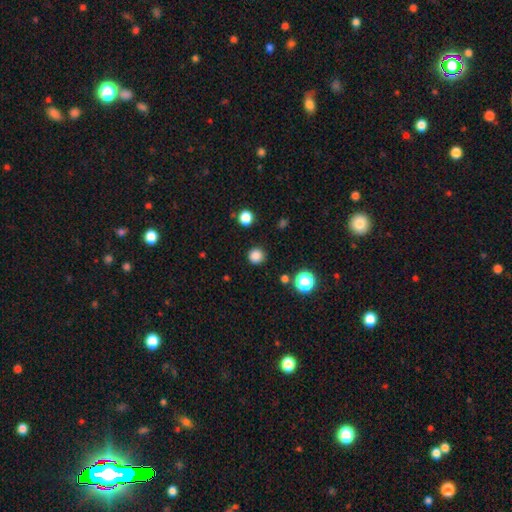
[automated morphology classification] Smooth or featured? smooth (84%)
How rounded? round (94%)
Merging? none (90%)